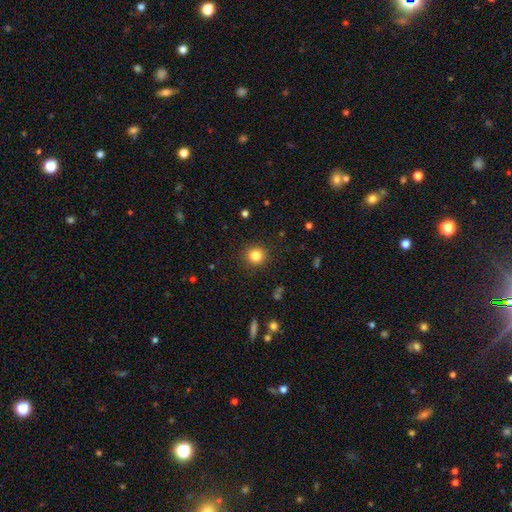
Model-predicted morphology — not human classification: Smooth or featured? smooth (83%)
How rounded? round (91%)
Merging? none (91%)